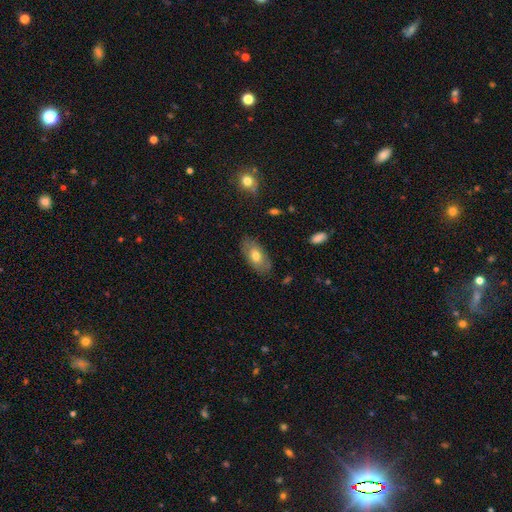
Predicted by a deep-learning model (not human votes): smooth 62%, featured or disk 31%, star or artifact 7%. Down the decision tree: how rounded — in between (92%); merging — none (81%).